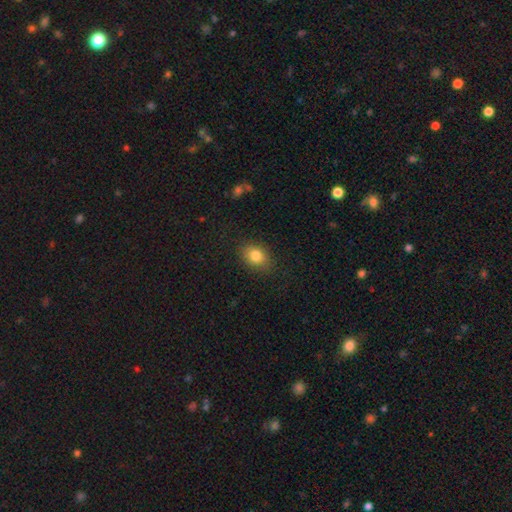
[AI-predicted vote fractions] A smooth galaxy with no disk features (83%) that is in between round and cigar-shaped (67%). Merging: none (84%).